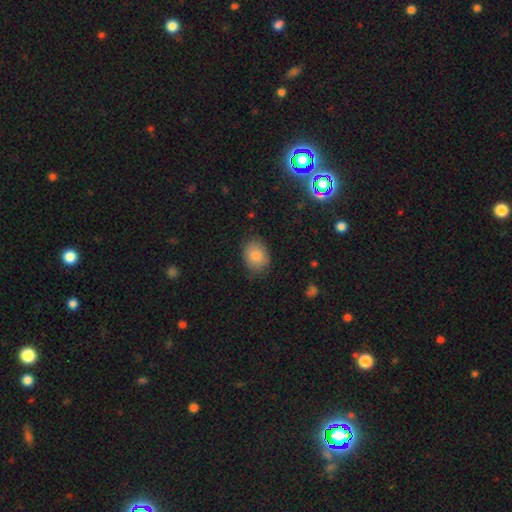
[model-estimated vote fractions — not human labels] Overall: smooth (80%). How rounded: in between (54%; round 45%). Merging: none (82%).